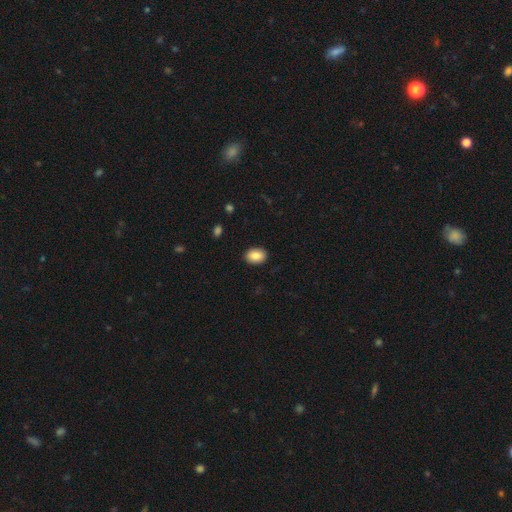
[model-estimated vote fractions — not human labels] A smooth galaxy with no disk features (86%) that is in between round and cigar-shaped (79%). Merging: none (90%).